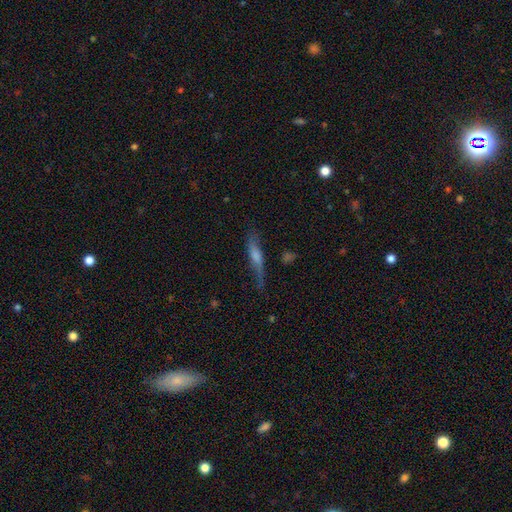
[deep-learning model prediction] Smooth or featured: featured or disk — 51% (smooth — 39%)
Edge-on disk: yes — 69% (no — 31%)
Merging: none — 56% (minor disturbance — 26%)